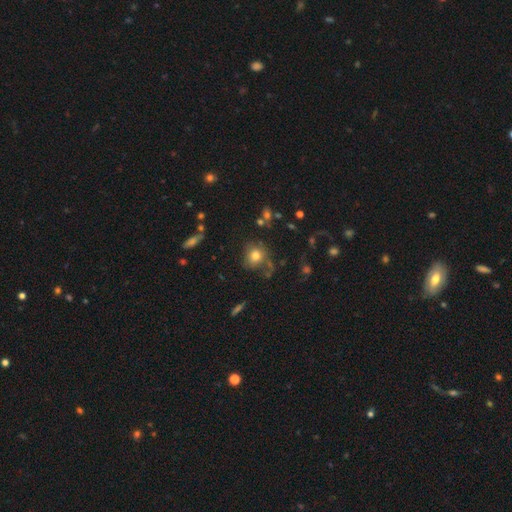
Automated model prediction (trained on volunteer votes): Smooth or featured? smooth (75%)
How rounded? round (80%)
Merging? none (63%)